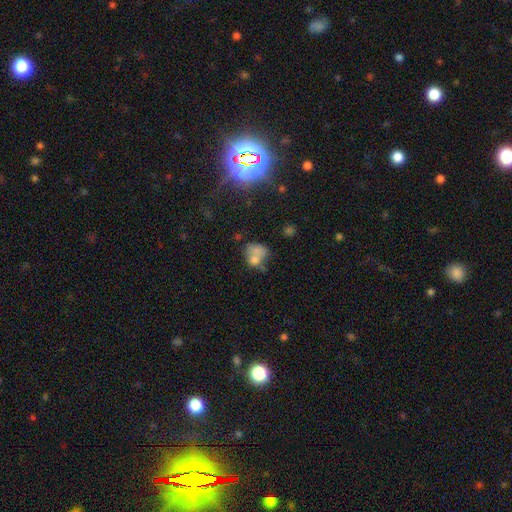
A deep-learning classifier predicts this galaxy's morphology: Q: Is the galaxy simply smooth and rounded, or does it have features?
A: smooth — 68%.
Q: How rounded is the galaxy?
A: in between — 53%.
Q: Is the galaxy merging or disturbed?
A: merger — 45%.